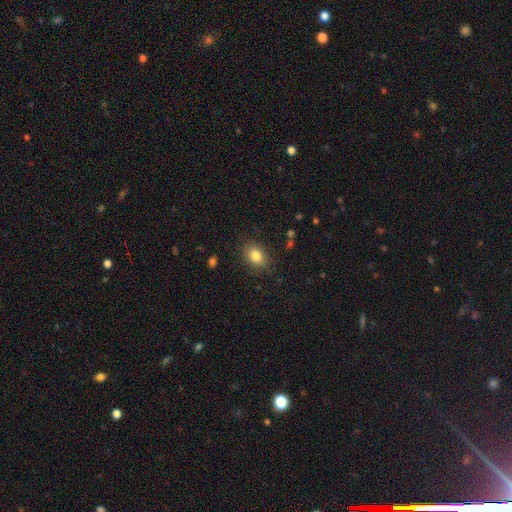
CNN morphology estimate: smooth_or_featured: smooth (p=0.83) [alt: star or artifact p=0.10]
how_rounded: in between (p=0.71) [alt: round p=0.28]
merging: none (p=0.85) [alt: minor disturbance p=0.11]